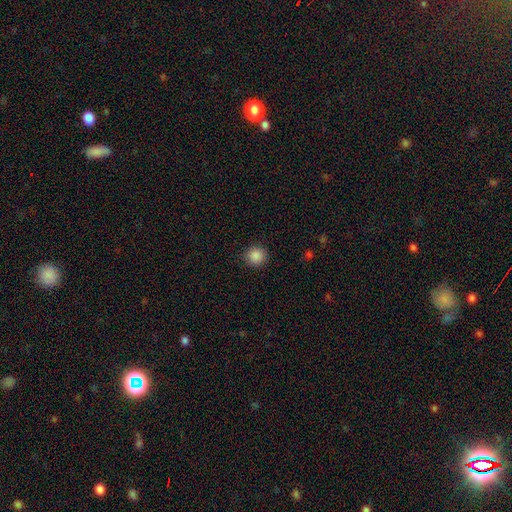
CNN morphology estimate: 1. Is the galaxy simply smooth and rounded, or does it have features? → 88% smooth, 10% star or artifact, 3% featured or disk.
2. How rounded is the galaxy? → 92% round, 7% in between, 1% cigar-shaped.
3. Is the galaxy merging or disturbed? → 90% none, 7% minor disturbance, 2% major disturbance, 1% merger.